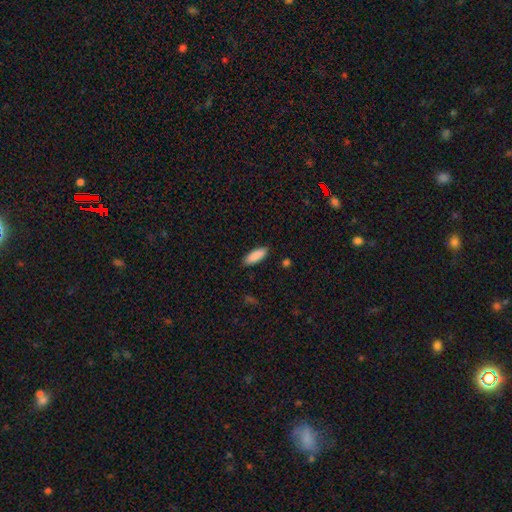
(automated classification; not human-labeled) This is clearly a smooth galaxy (90%). How rounded: likely in between (70%). Merging: clearly none (88%).